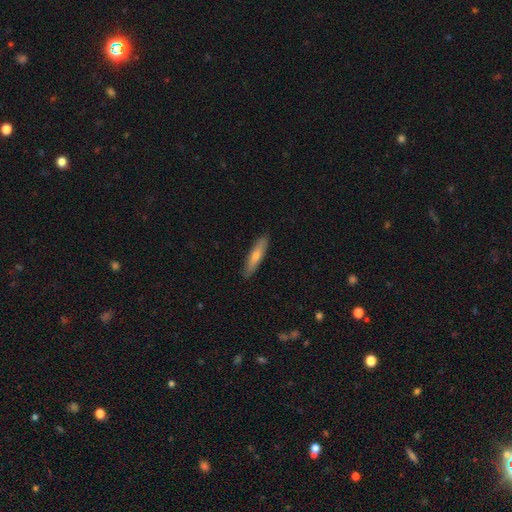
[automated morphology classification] A smooth galaxy with no disk features (60%) that is cigar-shaped (81%). Merging: none (89%).